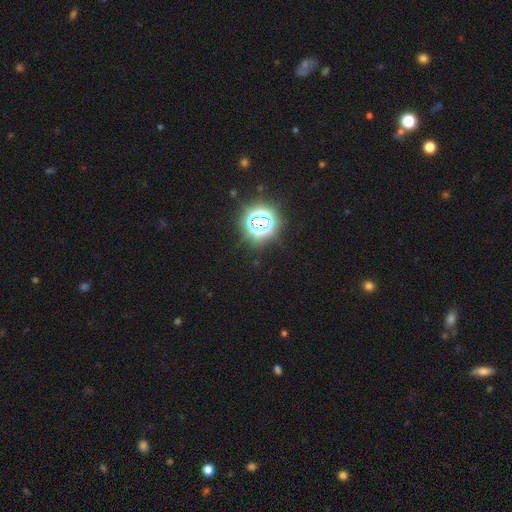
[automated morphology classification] star or artifact 82%, smooth 12%, featured or disk 6%.